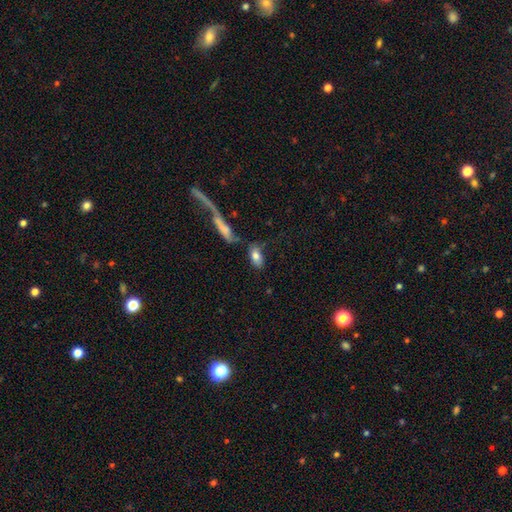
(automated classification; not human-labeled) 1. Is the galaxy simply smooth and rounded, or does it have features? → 78% smooth, 15% featured or disk, 7% star or artifact.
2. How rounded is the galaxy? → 89% in between, 8% cigar-shaped, 4% round.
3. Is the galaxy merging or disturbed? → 62% none, 16% minor disturbance, 15% merger, 8% major disturbance.